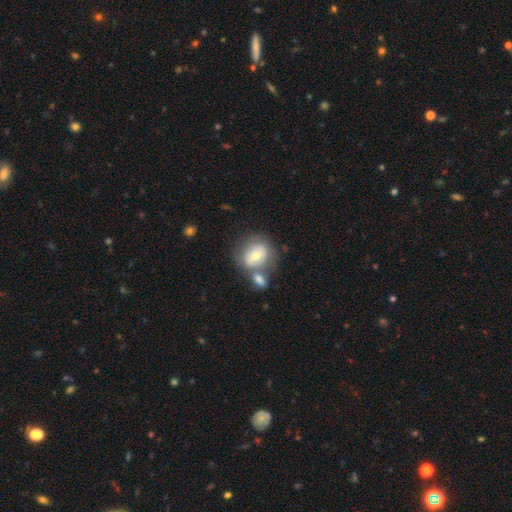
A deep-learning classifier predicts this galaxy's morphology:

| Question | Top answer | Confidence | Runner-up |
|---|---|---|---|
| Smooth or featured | smooth | 58% | featured or disk (35%) |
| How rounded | round | 62% | in between (37%) |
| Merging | none | 43% | merger (36%) |